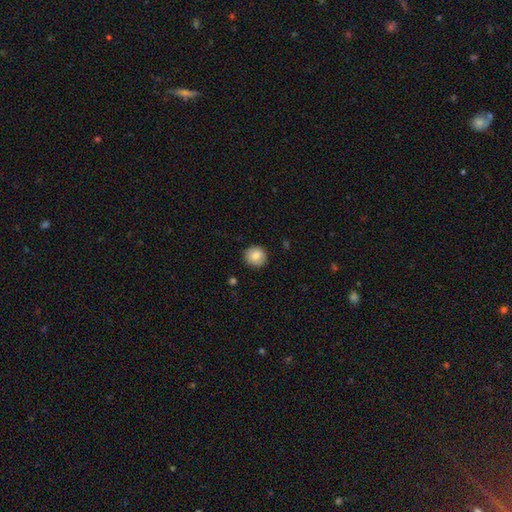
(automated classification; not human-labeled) smooth 83%, featured or disk 9%, star or artifact 8%. Down the decision tree: how rounded — round (92%); merging — none (89%).